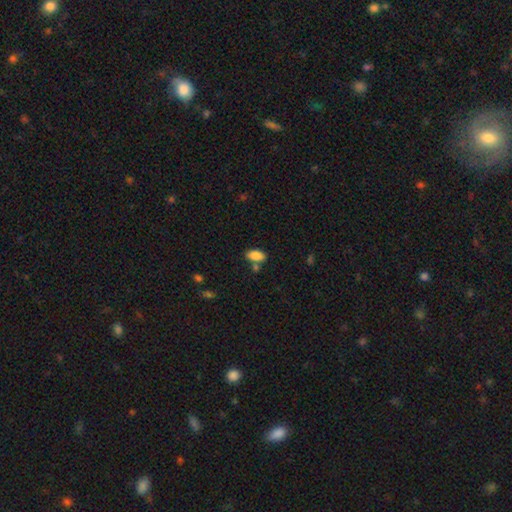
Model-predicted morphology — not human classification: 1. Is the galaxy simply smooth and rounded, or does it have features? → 85% smooth, 7% star or artifact, 7% featured or disk.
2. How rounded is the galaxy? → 91% in between, 6% cigar-shaped, 3% round.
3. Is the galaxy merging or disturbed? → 71% none, 14% merger, 12% minor disturbance, 3% major disturbance.